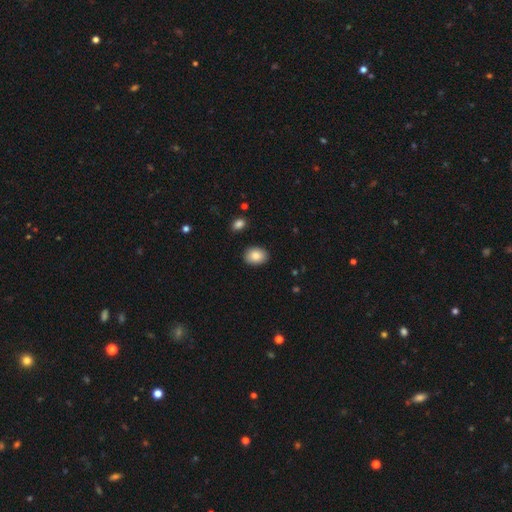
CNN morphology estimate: Overall: smooth (87%). How rounded: in between (74%). Merging: none (88%).